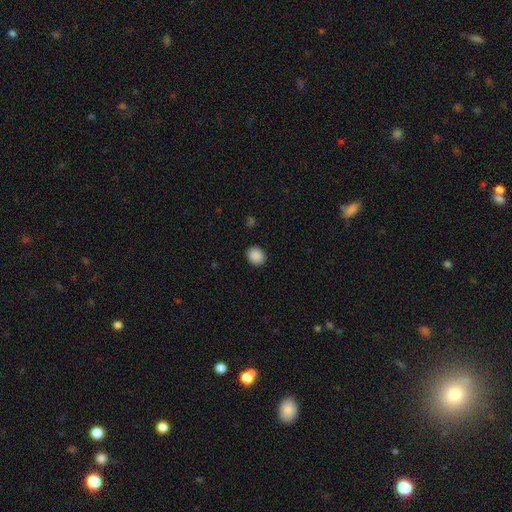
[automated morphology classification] The model was most divided on "how rounded": round: 67%, in between: 32%, cigar-shaped: 1%. More confident: merging — none (90%); smooth or featured — smooth (89%).